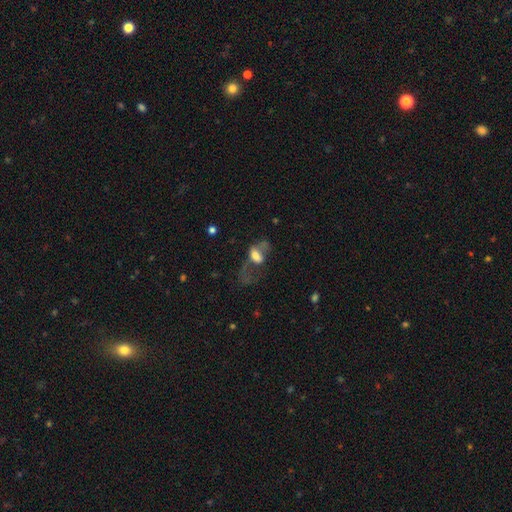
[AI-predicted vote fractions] A smooth galaxy with no disk features (48%).

Vote fractions:
- Smooth or featured? smooth: 48% / featured or disk: 40% / star or artifact: 12%
- Merging? major disturbance: 58% / none: 22% / minor disturbance: 14% / merger: 6%